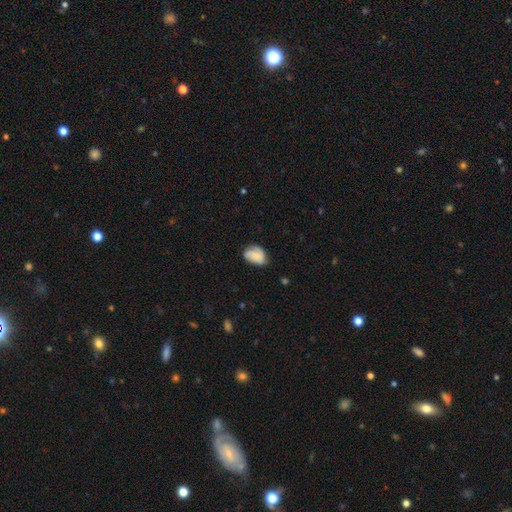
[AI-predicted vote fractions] Smooth or featured? Predicted: smooth (p=0.57). How rounded? Predicted: in between (p=0.74). Merging? Predicted: none (p=0.57).